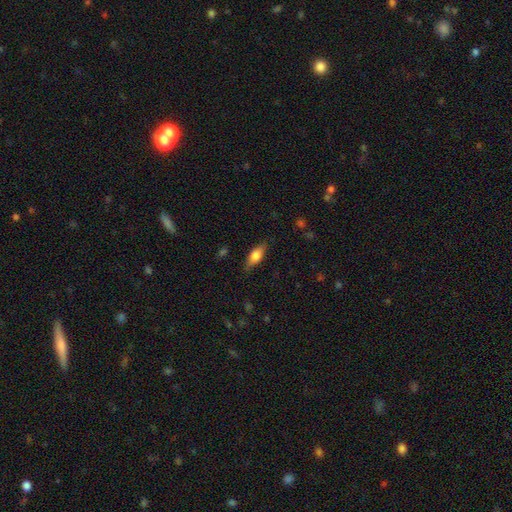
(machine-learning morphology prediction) A smooth galaxy with no disk features (65%) that is in between round and cigar-shaped (71%).

Vote fractions:
- Smooth or featured? smooth: 65% / featured or disk: 29% / star or artifact: 7%
- How rounded? in between: 71% / cigar-shaped: 25% / round: 4%
- Merging? none: 81% / minor disturbance: 15% / major disturbance: 3% / merger: 1%